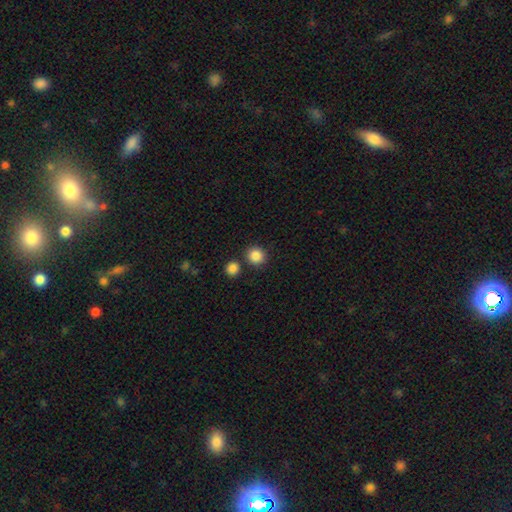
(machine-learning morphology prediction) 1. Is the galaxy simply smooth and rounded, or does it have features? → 86% smooth, 10% star or artifact, 4% featured or disk.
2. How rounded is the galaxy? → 92% round, 7% in between, 1% cigar-shaped.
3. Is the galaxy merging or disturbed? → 83% none, 8% merger, 7% minor disturbance, 2% major disturbance.